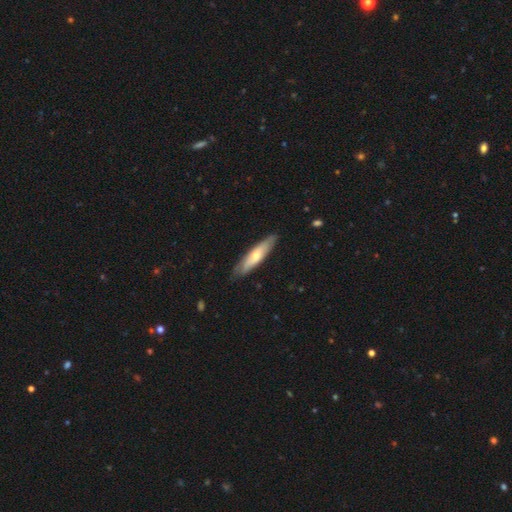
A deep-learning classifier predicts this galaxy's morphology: Smooth or featured: smooth — 58% (featured or disk — 37%)
How rounded: cigar-shaped — 77% (in between — 21%)
Merging: none — 82% (minor disturbance — 15%)